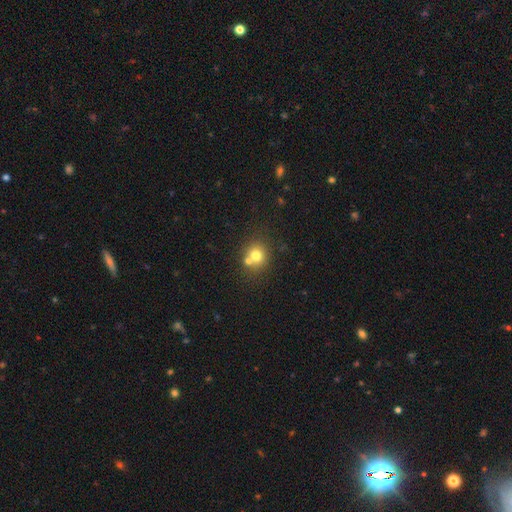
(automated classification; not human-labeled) Smooth or featured: smooth — 73% (star or artifact — 14%)
How rounded: round — 82% (in between — 17%)
Merging: none — 59% (merger — 29%)